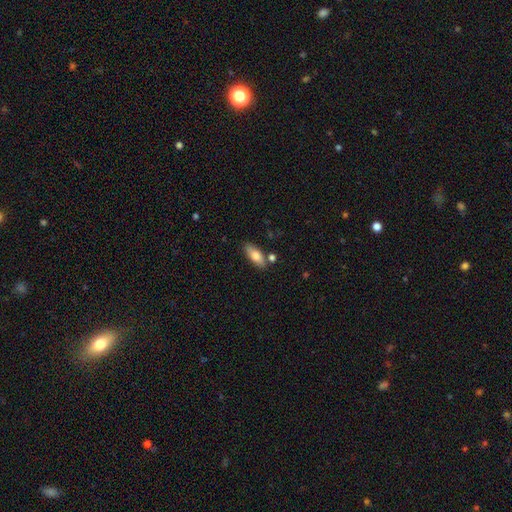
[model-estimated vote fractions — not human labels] smooth_or_featured: smooth (p=0.76) [alt: featured or disk p=0.17]
how_rounded: in between (p=0.75) [alt: cigar-shaped p=0.23]
merging: none (p=0.77) [alt: minor disturbance p=0.13]